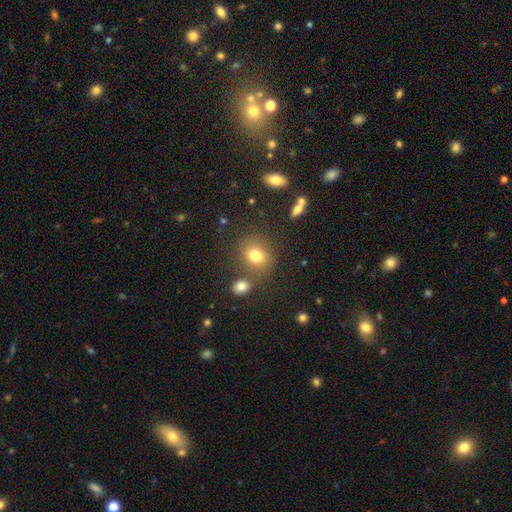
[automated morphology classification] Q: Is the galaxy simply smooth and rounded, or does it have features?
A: smooth — 76%.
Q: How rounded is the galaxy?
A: round — 67%.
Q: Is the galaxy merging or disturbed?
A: none — 70%.